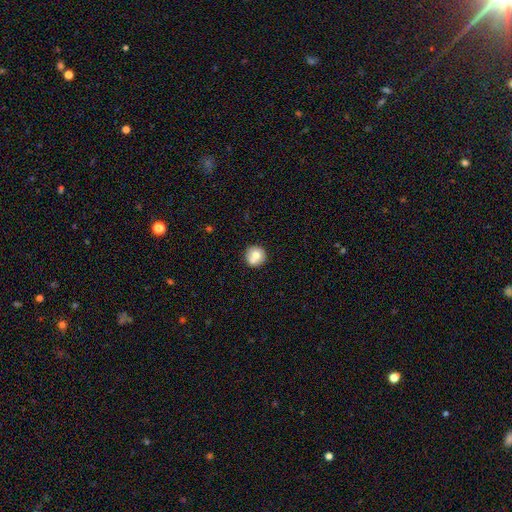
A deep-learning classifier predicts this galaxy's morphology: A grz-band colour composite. It shows a smooth galaxy with no disk features (71%) that is round (94%). Merging: none (72%).